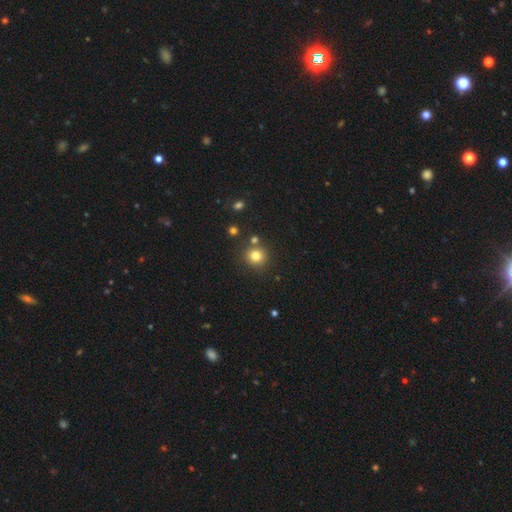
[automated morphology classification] Overall: smooth (80%). How rounded: round (91%). Merging: none (80%).